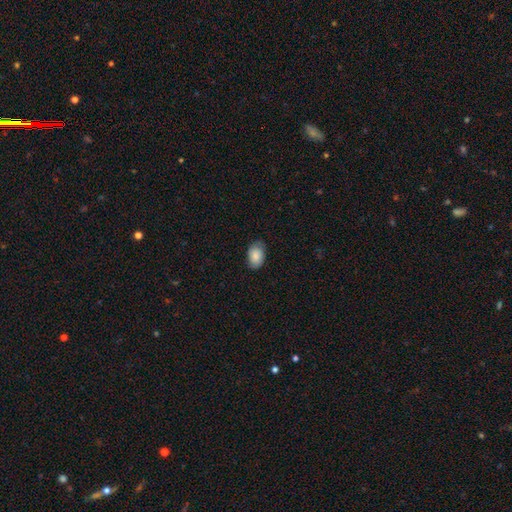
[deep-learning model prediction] The model was most divided on "merging": none: 74%, minor disturbance: 21%, major disturbance: 4%, merger: 1%. More confident: how rounded — in between (86%); smooth or featured — smooth (80%).